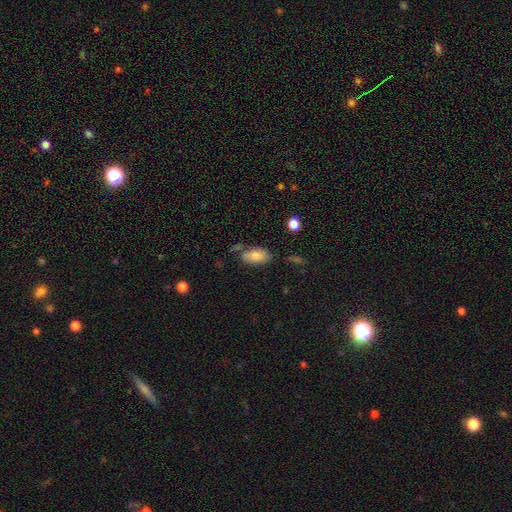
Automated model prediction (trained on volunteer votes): This is clearly a smooth galaxy (82%). How rounded: clearly in between (93%). Merging: likely none (64%).